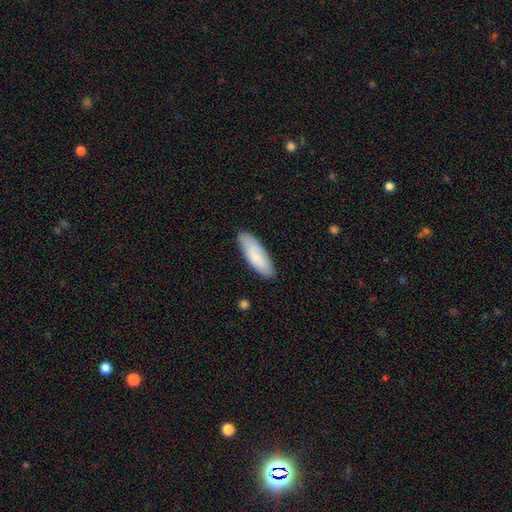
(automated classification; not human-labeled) Smooth or featured? smooth (82%)
How rounded? in between (61%)
Merging? none (84%)